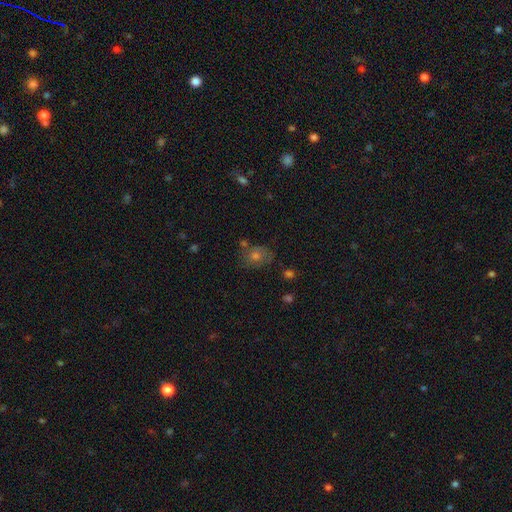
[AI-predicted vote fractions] smooth 50%, featured or disk 26%, star or artifact 23%. Down the decision tree: how rounded — round (54%); merging — none (67%).